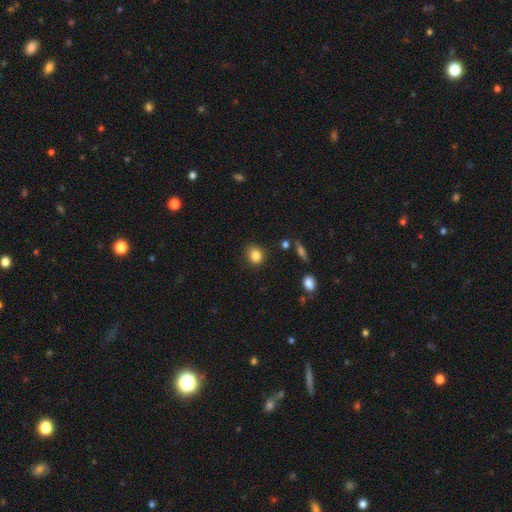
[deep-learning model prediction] smooth_or_featured: smooth (p=0.84) [alt: star or artifact p=0.10]
how_rounded: round (p=0.76) [alt: in between p=0.23]
merging: none (p=0.85) [alt: minor disturbance p=0.10]